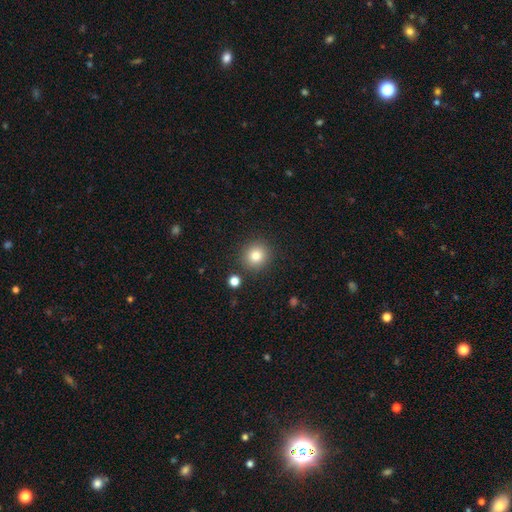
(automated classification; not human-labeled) smooth_or_featured: smooth (p=0.81) [alt: star or artifact p=0.11]
how_rounded: round (p=0.91) [alt: in between p=0.08]
merging: none (p=0.87) [alt: minor disturbance p=0.07]